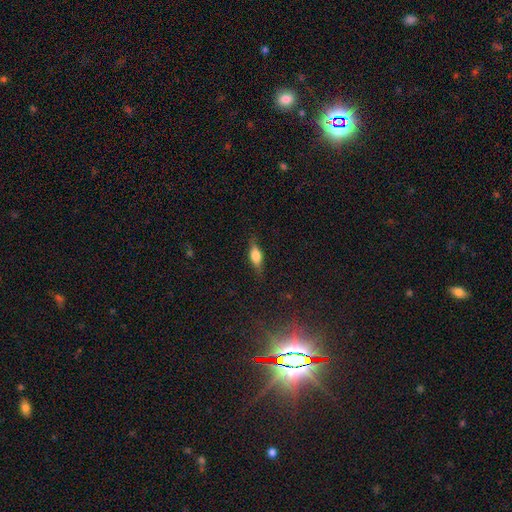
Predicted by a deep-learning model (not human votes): smooth 56%, featured or disk 36%, star or artifact 8%. Down the decision tree: how rounded — in between (61%); merging — none (80%).